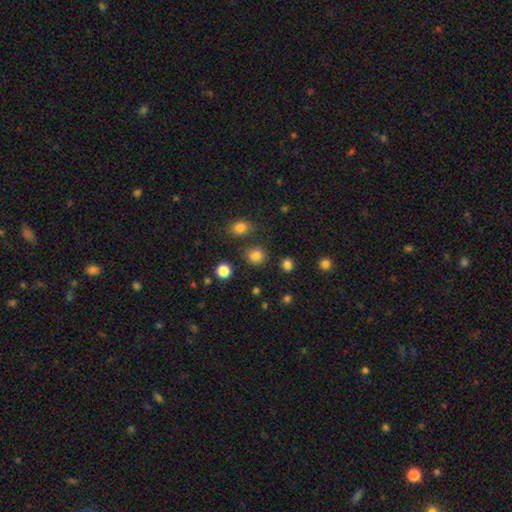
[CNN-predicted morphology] A smooth galaxy with no disk features (82%) that is round (85%).

Vote fractions:
- Smooth or featured? smooth: 82% / star or artifact: 14% / featured or disk: 5%
- How rounded? round: 85% / in between: 14% / cigar-shaped: 1%
- Merging? none: 83% / minor disturbance: 9% / merger: 5% / major disturbance: 3%